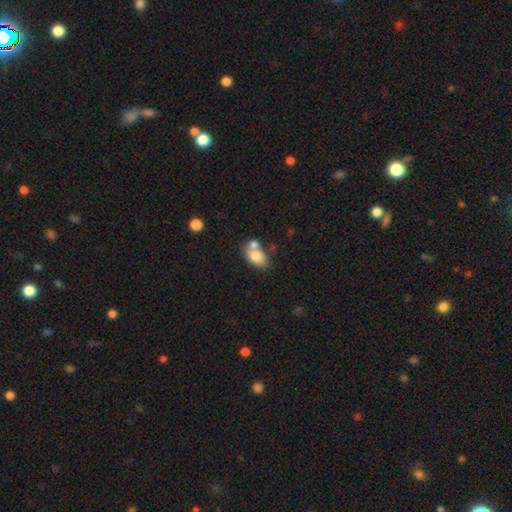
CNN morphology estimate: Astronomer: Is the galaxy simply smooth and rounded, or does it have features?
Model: smooth — 78%.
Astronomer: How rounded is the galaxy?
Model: in between — 86%.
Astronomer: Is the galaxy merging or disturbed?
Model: none — 43% (runner-up: merger, 38%).